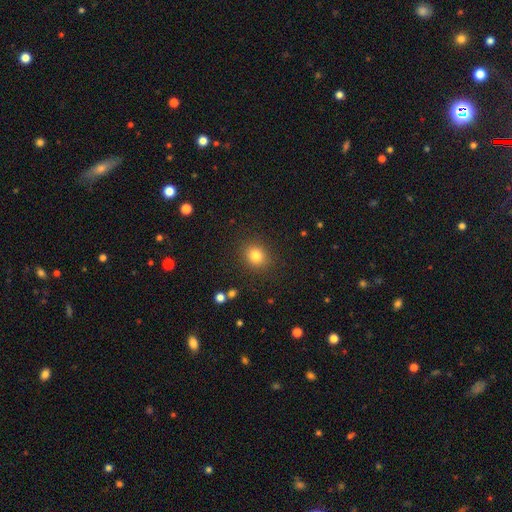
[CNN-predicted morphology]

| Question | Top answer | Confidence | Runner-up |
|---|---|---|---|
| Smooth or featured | smooth | 82% | star or artifact (12%) |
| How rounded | round | 76% | in between (23%) |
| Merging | none | 88% | minor disturbance (8%) |